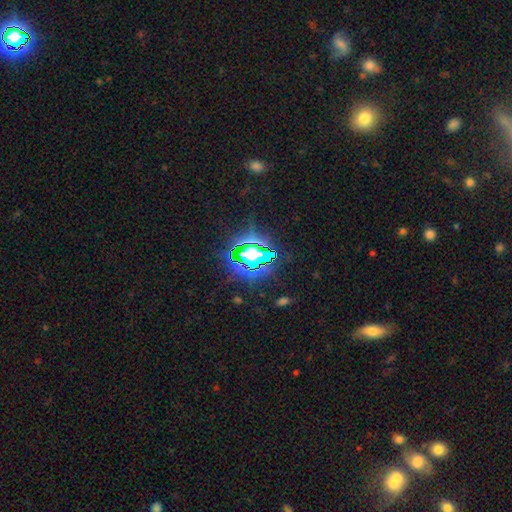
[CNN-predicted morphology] This appears to be a star or artifact, not a galaxy (73%).